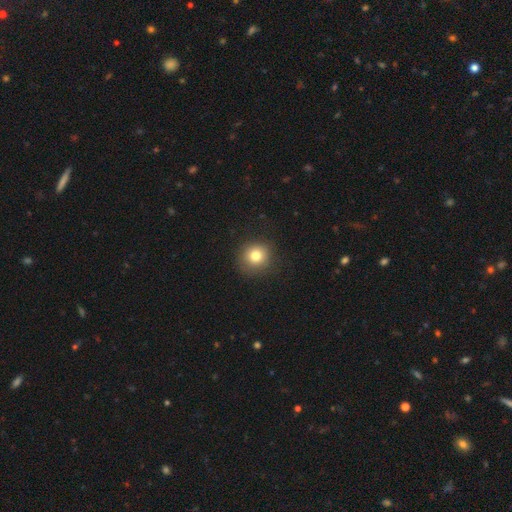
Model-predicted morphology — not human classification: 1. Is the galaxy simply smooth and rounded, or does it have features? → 79% smooth, 12% star or artifact, 9% featured or disk.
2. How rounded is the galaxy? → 89% round, 10% in between, 1% cigar-shaped.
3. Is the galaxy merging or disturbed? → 86% none, 9% minor disturbance, 3% major disturbance, 1% merger.